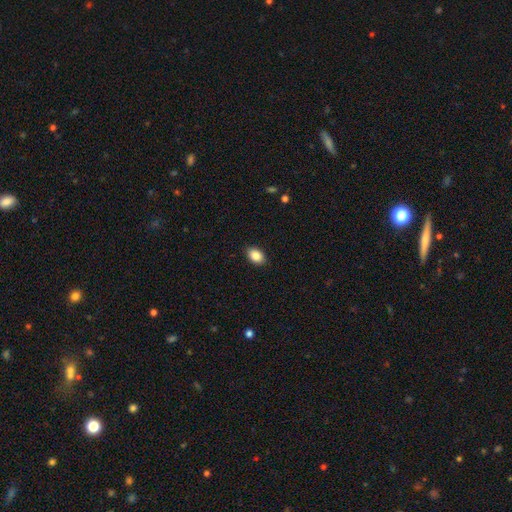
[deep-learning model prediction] Q: Smooth or featured?
A: smooth (88%); runner-up: star or artifact (8%)
Q: How rounded?
A: in between (84%); runner-up: round (15%)
Q: Merging?
A: none (89%); runner-up: minor disturbance (8%)